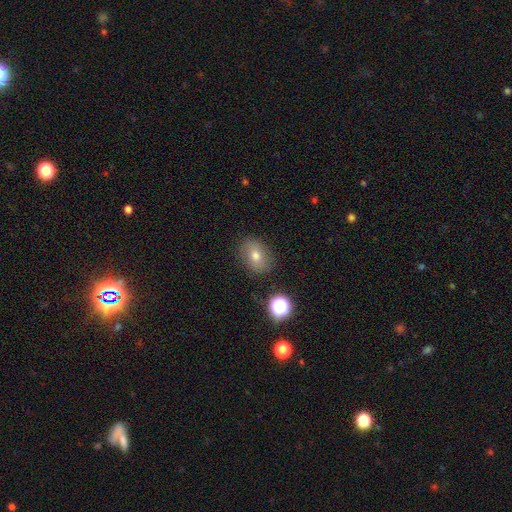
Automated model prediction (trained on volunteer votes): Overall: smooth (72%). How rounded: in between (62%; round 36%). Merging: none (83%).